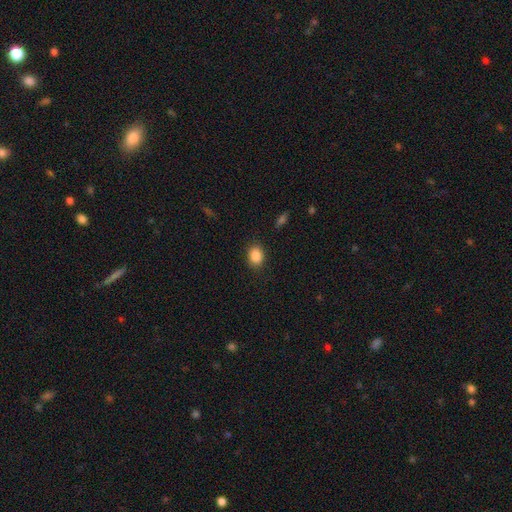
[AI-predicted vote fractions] This is clearly a smooth galaxy (87%). How rounded: possibly in between (58%). Merging: clearly none (87%).